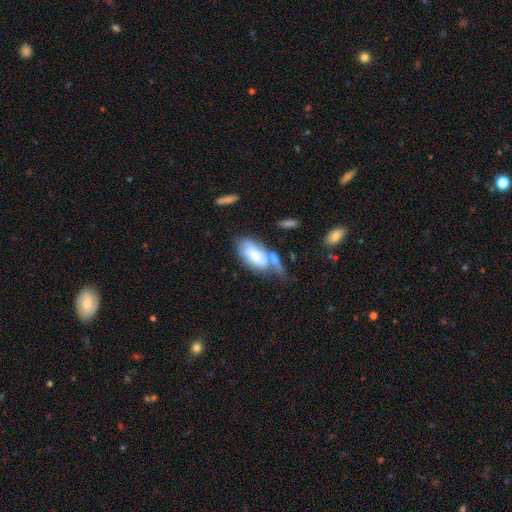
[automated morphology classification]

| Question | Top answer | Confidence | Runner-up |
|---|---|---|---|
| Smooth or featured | smooth | 59% | featured or disk (34%) |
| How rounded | in between | 91% | cigar-shaped (5%) |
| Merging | none | 33% | merger (29%) |